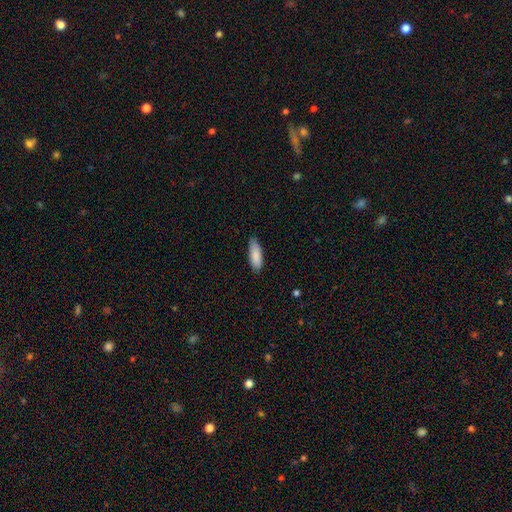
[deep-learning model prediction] Smooth or featured?
  - smooth: 88% *
  - featured or disk: 6%
  - star or artifact: 6%
How rounded?
  - in between: 71% *
  - cigar-shaped: 27%
  - round: 2%
Merging?
  - none: 80% *
  - minor disturbance: 17%
  - major disturbance: 2%
  - merger: 1%